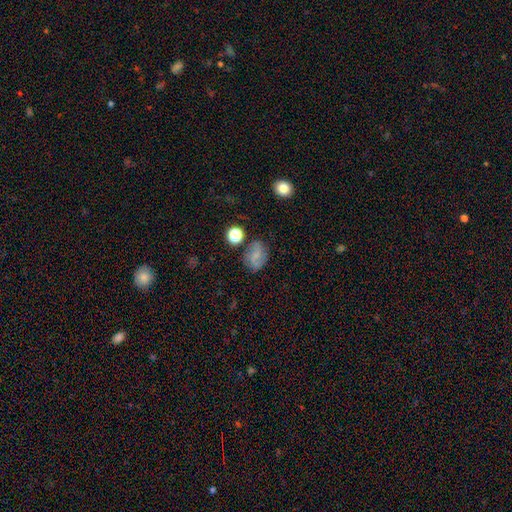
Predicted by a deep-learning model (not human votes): smooth 58%, featured or disk 28%, star or artifact 14%. Down the decision tree: how rounded — in between (60%); merging — none (71%).